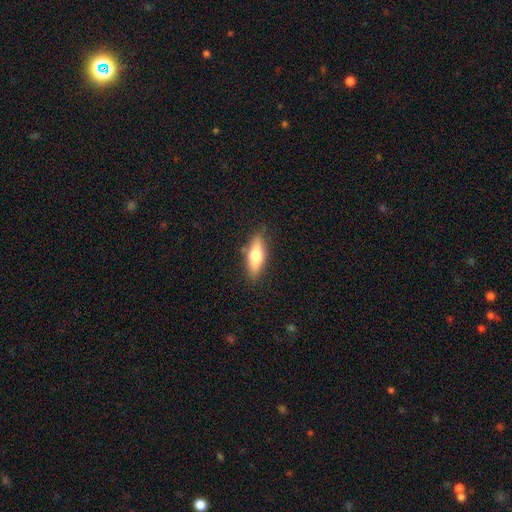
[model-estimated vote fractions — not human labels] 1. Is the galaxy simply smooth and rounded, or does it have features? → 61% smooth, 33% featured or disk, 6% star or artifact.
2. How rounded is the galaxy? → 57% in between, 40% cigar-shaped, 3% round.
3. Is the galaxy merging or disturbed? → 84% none, 12% minor disturbance, 3% major disturbance, 2% merger.